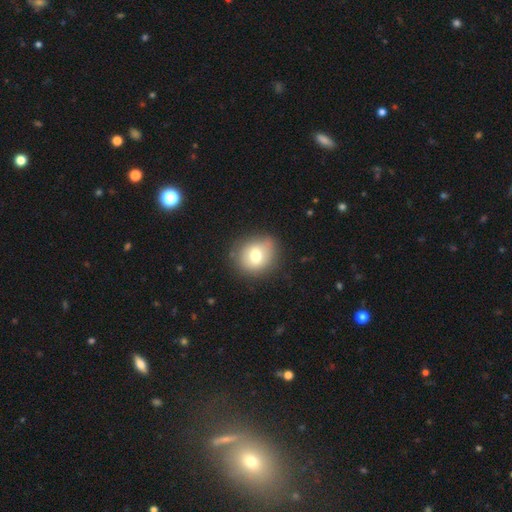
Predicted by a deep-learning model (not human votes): Overall: smooth (71%). How rounded: round (70%). Merging: none (78%).